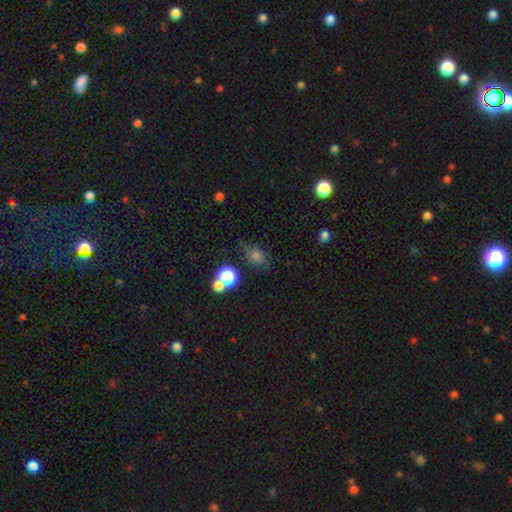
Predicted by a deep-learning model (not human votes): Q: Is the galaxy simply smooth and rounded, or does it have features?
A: smooth — 74%.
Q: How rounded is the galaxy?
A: in between — 54%.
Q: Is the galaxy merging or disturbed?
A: none — 60%.